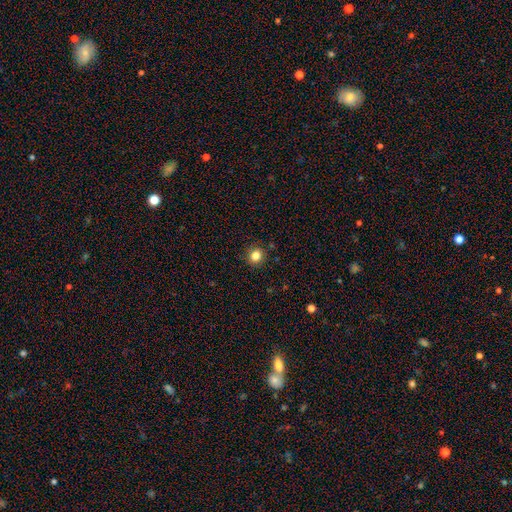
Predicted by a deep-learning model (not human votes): This is clearly a smooth galaxy (83%). How rounded: clearly round (83%). Merging: clearly none (89%).